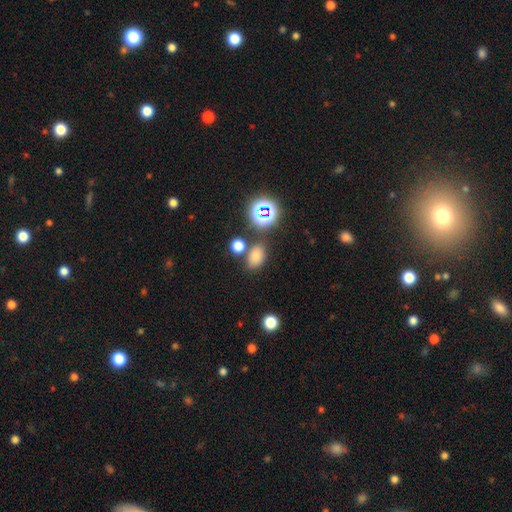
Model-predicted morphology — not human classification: Smooth or featured? Predicted: smooth (p=0.71). How rounded? Predicted: in between (p=0.76). Merging? Predicted: none (p=0.73).